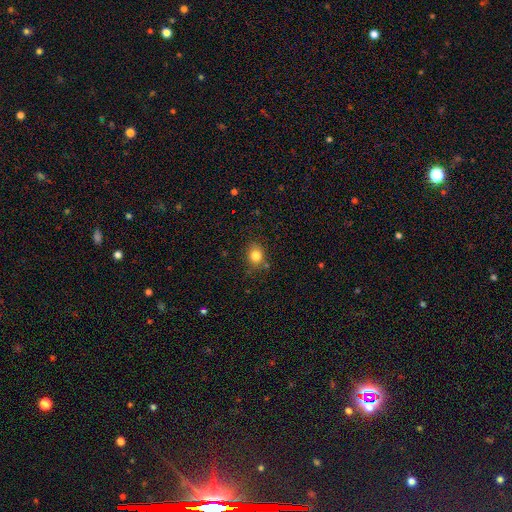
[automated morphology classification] Smooth or featured?
  - smooth: 82% *
  - star or artifact: 11%
  - featured or disk: 7%
How rounded?
  - round: 65% *
  - in between: 34%
  - cigar-shaped: 1%
Merging?
  - none: 77% *
  - minor disturbance: 15%
  - merger: 4%
  - major disturbance: 4%